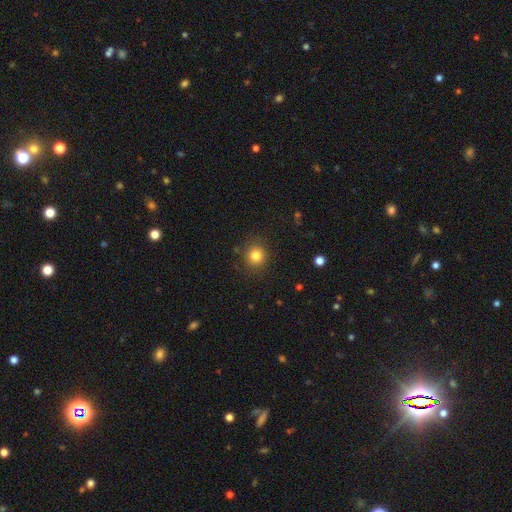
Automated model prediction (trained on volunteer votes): A smooth galaxy with no disk features (82%) that is round (87%). Merging: none (86%).